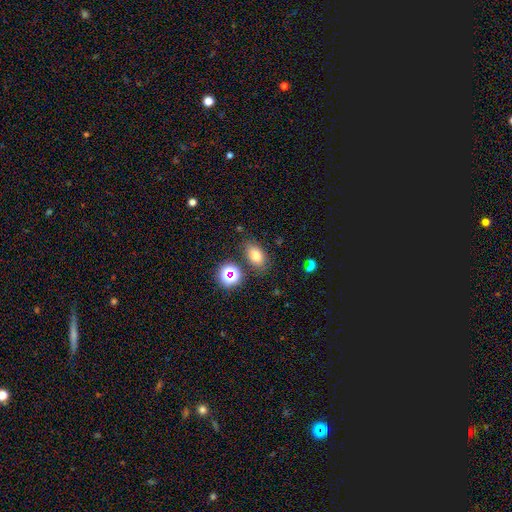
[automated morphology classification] smooth 72%, star or artifact 17%, featured or disk 11%. Down the decision tree: how rounded — in between (80%); merging — none (77%).